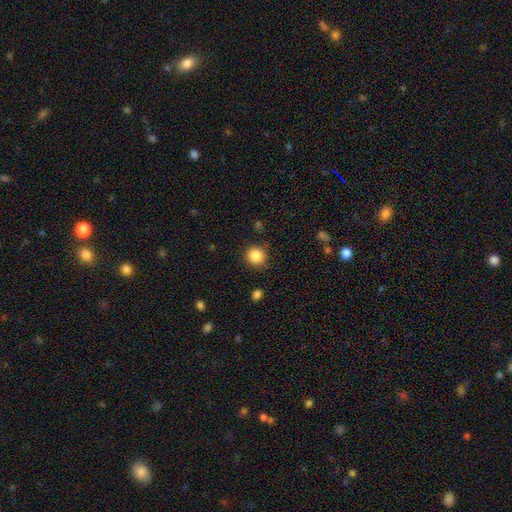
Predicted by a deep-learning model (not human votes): A smooth galaxy with no disk features (86%) that is round (88%). Merging: none (85%).